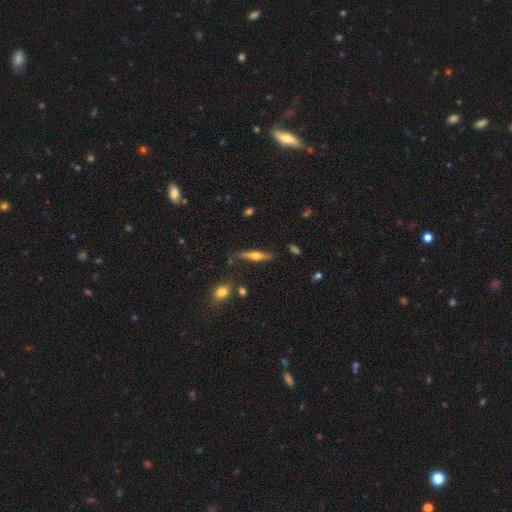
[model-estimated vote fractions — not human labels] Smooth or featured: featured or disk — 55% (smooth — 39%)
Edge-on disk: yes — 93% (no — 7%)
Edge-on bulge: rounded — 93% (none — 4%)
Merging: none — 80% (minor disturbance — 13%)